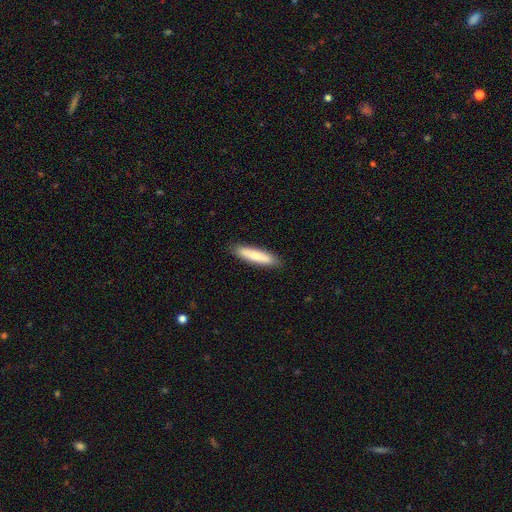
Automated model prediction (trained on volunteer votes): Q: Smooth or featured?
A: smooth (78%); runner-up: featured or disk (16%)
Q: How rounded?
A: cigar-shaped (82%); runner-up: in between (16%)
Q: Merging?
A: none (89%); runner-up: minor disturbance (9%)